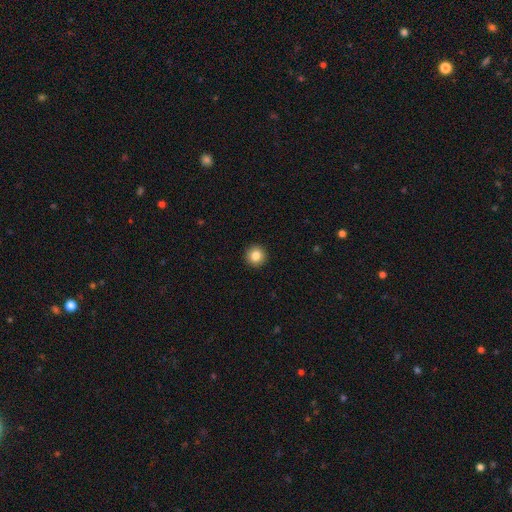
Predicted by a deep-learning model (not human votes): This is clearly a smooth galaxy (84%). How rounded: clearly round (96%). Merging: clearly none (94%).